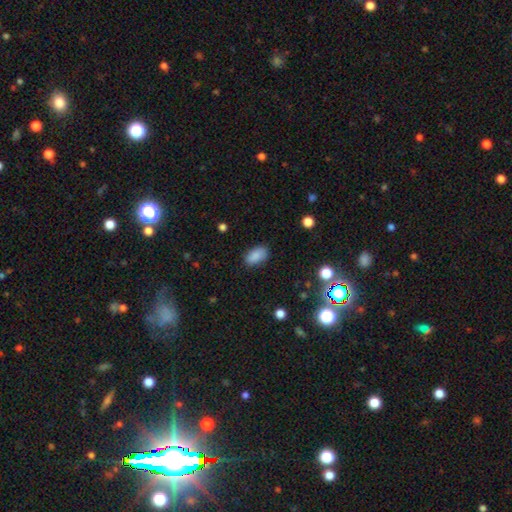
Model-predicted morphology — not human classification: Smooth or featured? smooth (86%)
How rounded? in between (92%)
Merging? none (83%)